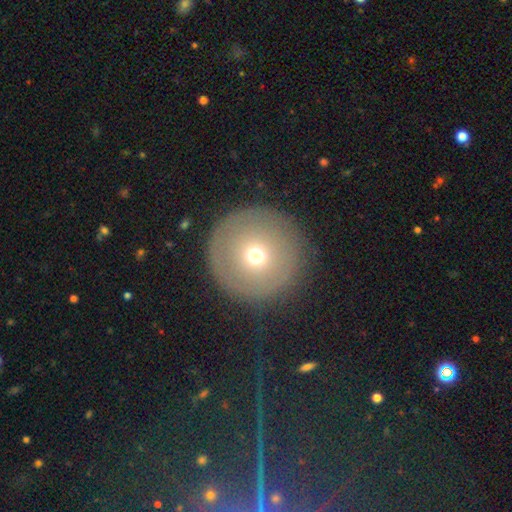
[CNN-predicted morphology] smooth 58%, featured or disk 30%, star or artifact 12%. Down the decision tree: how rounded — round (95%); merging — none (86%).